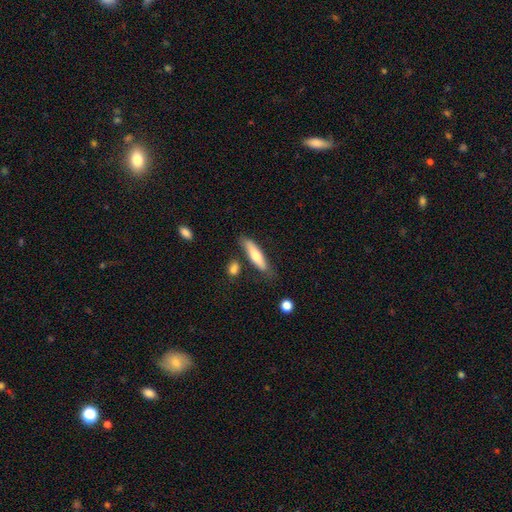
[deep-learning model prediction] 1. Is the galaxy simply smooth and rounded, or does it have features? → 67% smooth, 28% featured or disk, 5% star or artifact.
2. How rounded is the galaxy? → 74% cigar-shaped, 25% in between, 2% round.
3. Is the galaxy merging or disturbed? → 73% none, 17% minor disturbance, 5% merger, 4% major disturbance.